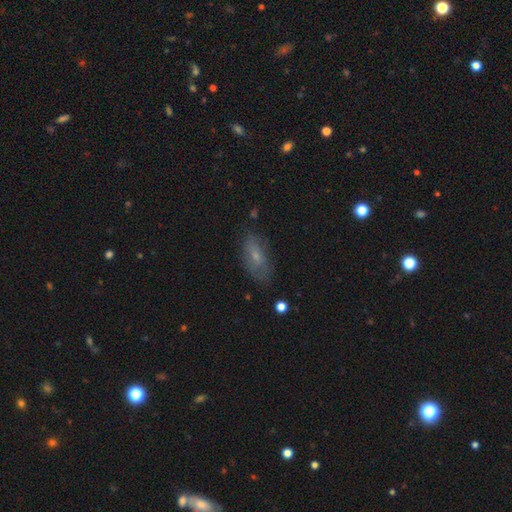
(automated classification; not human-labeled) A smooth galaxy with no disk features (56%) that is in between round and cigar-shaped (81%). Merging: none (70%).